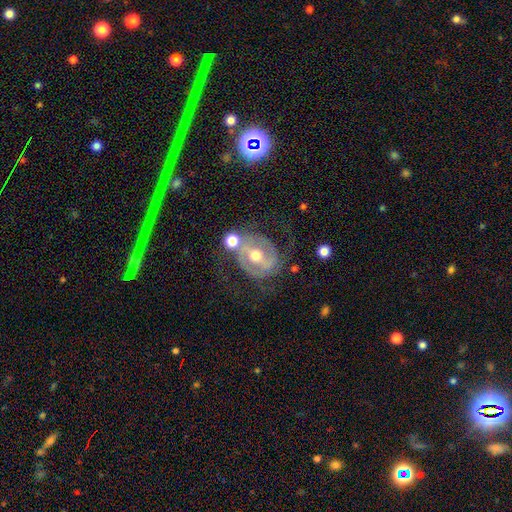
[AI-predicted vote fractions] The model was most divided on "spiral winding": tight: 43%, medium: 40%, loose: 17%. Remaining: edge-on disk — no (96%); smooth or featured — featured or disk (78%); spiral arms — yes (77%); bulge size — moderate (76%); spiral arm count — 2 (71%); merging — none (55%); bar — weak (38%).